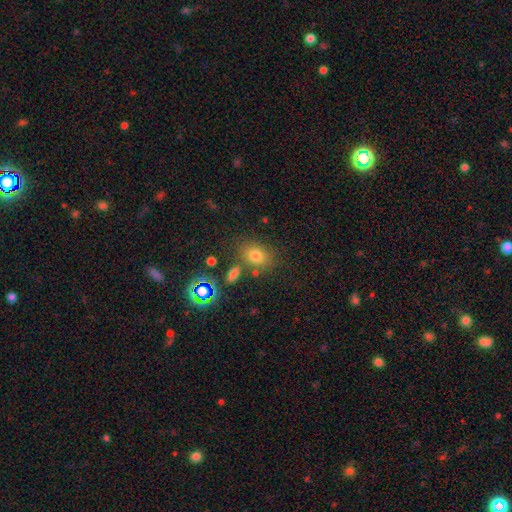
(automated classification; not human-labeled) smooth-or-featured: smooth: 70% | star or artifact: 20% | featured or disk: 10%
  how-rounded: in between: 63% | round: 35% | cigar-shaped: 1%
  merging: none: 69% | minor disturbance: 13% | merger: 12% | major disturbance: 6%